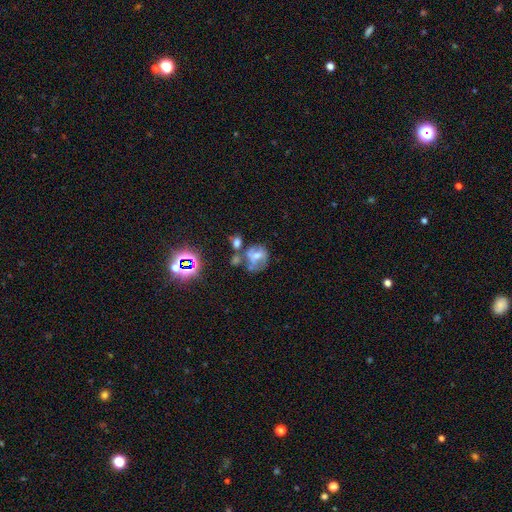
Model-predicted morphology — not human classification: Q: Smooth or featured?
A: smooth (42%); tied with: featured or disk (42%)
Q: Merging?
A: none (36%); runner-up: merger (31%)